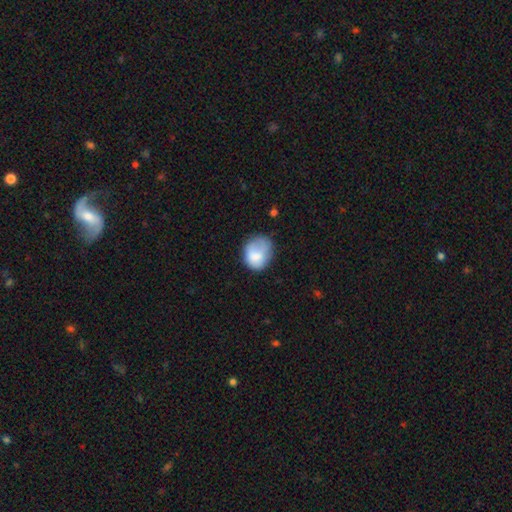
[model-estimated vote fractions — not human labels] smooth 77%, featured or disk 15%, star or artifact 8%. Down the decision tree: how rounded — round (56%); merging — none (46%).